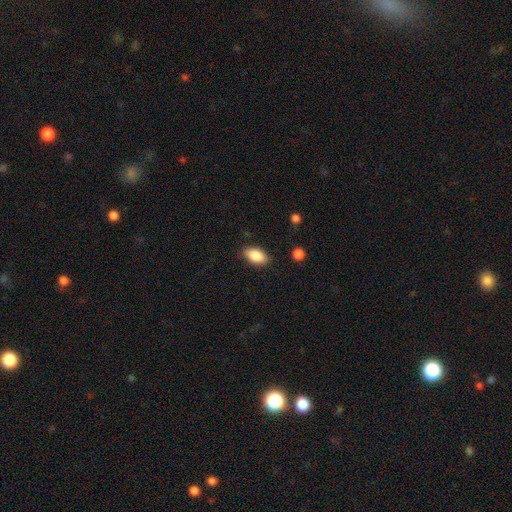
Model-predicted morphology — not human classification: The model was most divided on "merging": none: 84%, minor disturbance: 12%, major disturbance: 3%, merger: 1%. More confident: how rounded — in between (92%); smooth or featured — smooth (87%).